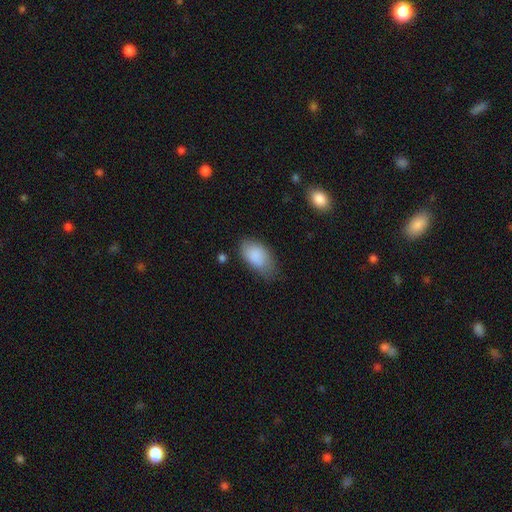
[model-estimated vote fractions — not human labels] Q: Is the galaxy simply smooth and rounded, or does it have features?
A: smooth — 87%.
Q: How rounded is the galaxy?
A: in between — 93%.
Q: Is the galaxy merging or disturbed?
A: none — 59%.